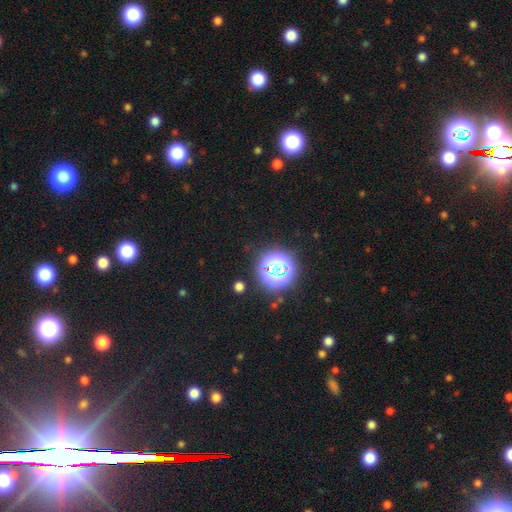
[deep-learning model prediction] A star or artifact, not a galaxy (78%).

Vote fractions:
- Smooth or featured? star or artifact: 78% / smooth: 15% / featured or disk: 7%